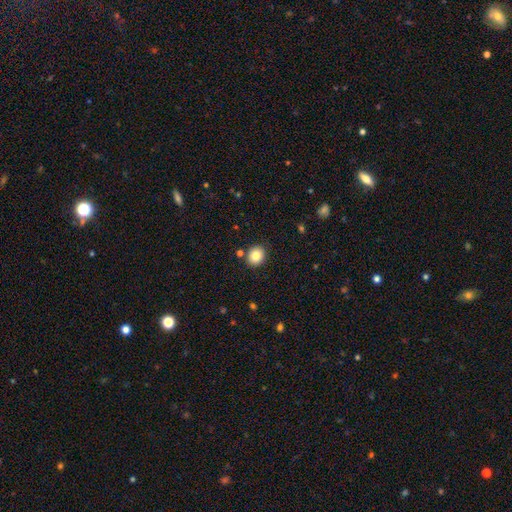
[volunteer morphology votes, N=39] type=smooth (92%); roundness=round (64%); merging=none (94%).